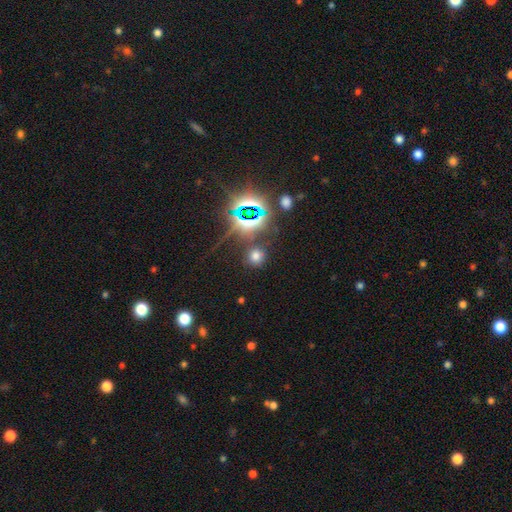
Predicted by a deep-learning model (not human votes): Smooth or featured? Predicted: smooth (p=0.56). How rounded? Predicted: round (p=0.84). Merging? Predicted: none (p=0.80).